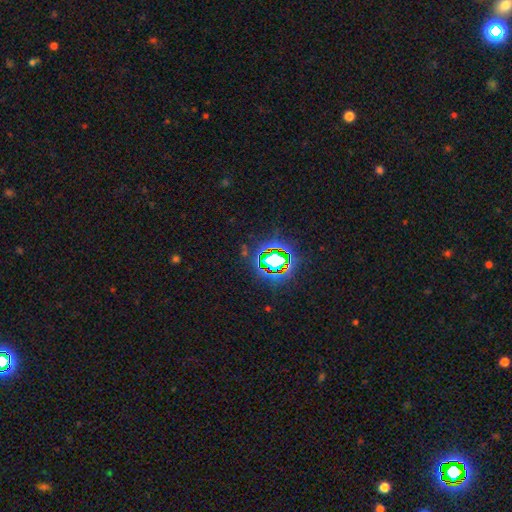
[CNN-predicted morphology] Smooth or featured?
  - star or artifact: 79% *
  - smooth: 13%
  - featured or disk: 8%